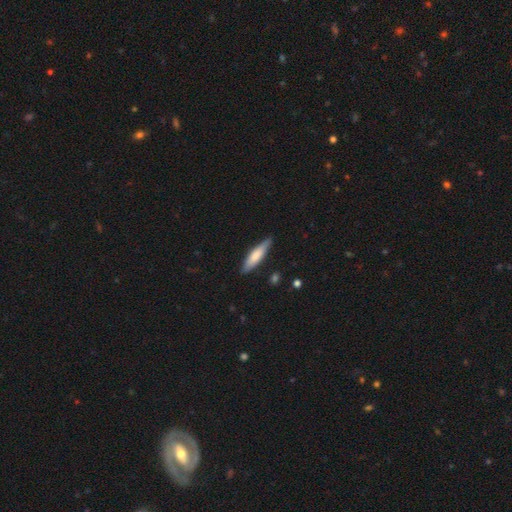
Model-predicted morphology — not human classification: The model was most divided on "smooth or featured": smooth: 67%, featured or disk: 27%, star or artifact: 5%. More confident: merging — none (86%); how rounded — cigar-shaped (77%).